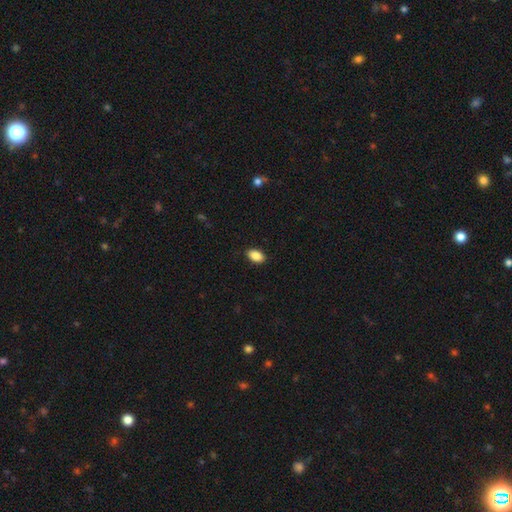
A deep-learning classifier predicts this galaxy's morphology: Smooth or featured? smooth (88%)
How rounded? in between (90%)
Merging? none (89%)